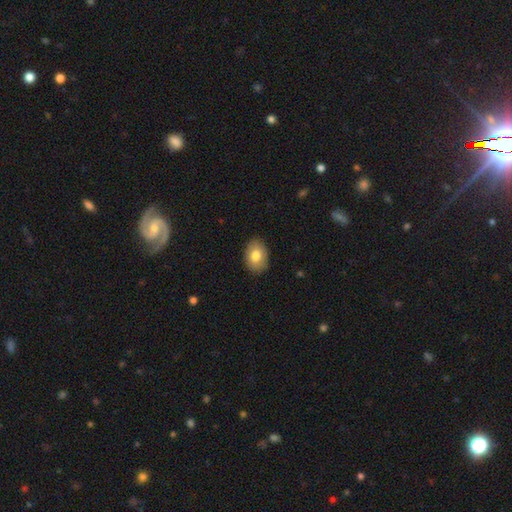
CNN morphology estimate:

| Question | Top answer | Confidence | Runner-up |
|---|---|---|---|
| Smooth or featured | smooth | 81% | featured or disk (12%) |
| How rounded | in between | 79% | round (20%) |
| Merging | none | 87% | minor disturbance (10%) |